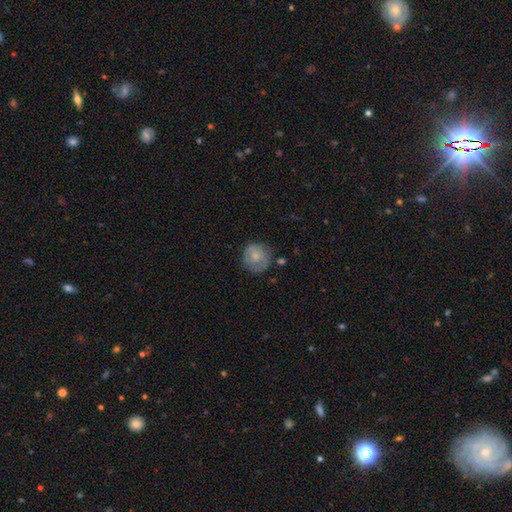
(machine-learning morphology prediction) Overall: smooth (71%). How rounded: round (88%). Merging: none (66%).